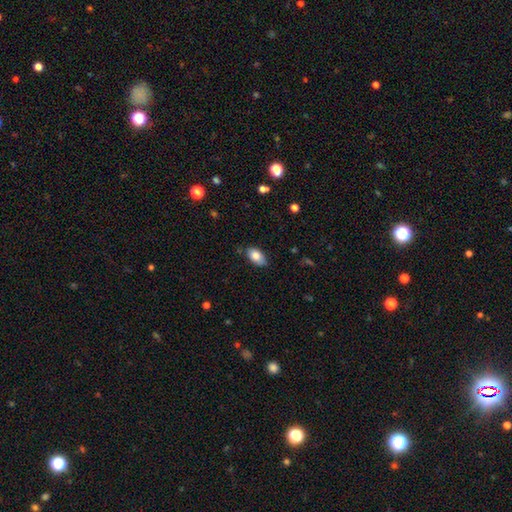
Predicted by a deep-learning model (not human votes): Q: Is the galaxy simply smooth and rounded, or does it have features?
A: smooth — 82%.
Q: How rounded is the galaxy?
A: in between — 93%.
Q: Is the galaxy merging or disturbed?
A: none — 80%.